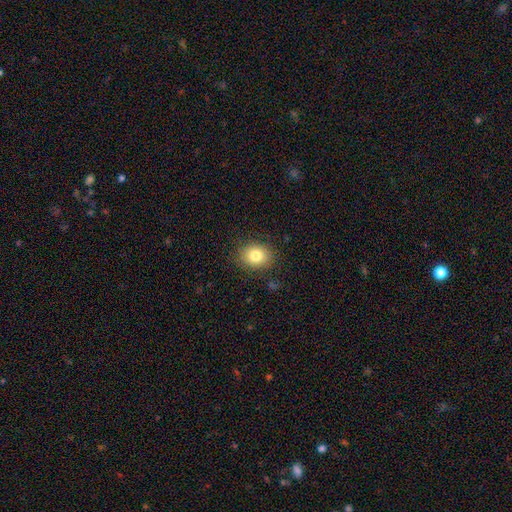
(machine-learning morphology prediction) smooth 81%, star or artifact 10%, featured or disk 8%. Down the decision tree: how rounded — round (58%); merging — none (87%).